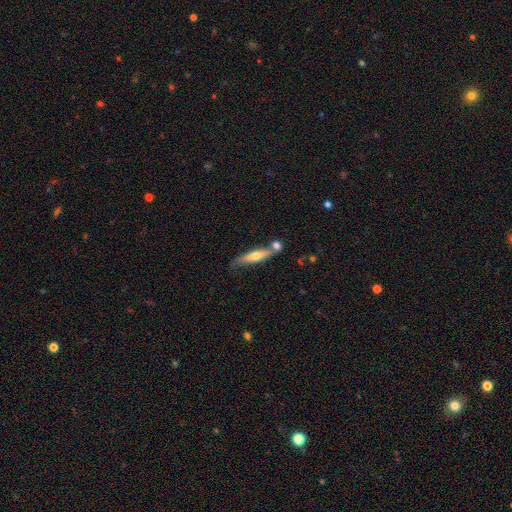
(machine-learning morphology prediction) This appears to be a smooth galaxy with no disk features (51%) that is cigar-shaped (82%). Merging: none (60%).